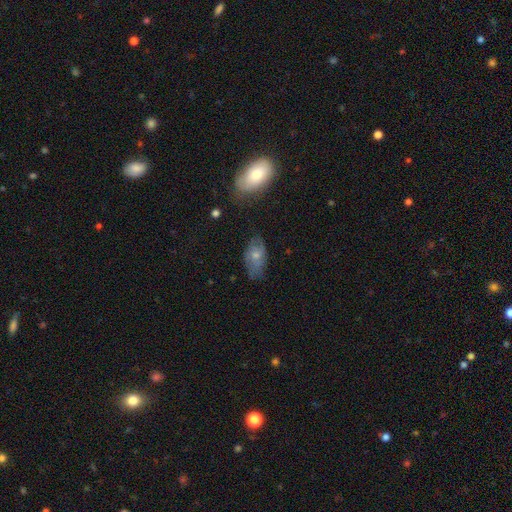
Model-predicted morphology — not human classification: This is possibly a smooth galaxy (55%). How rounded: clearly in between (90%). Merging: possibly none (60%).